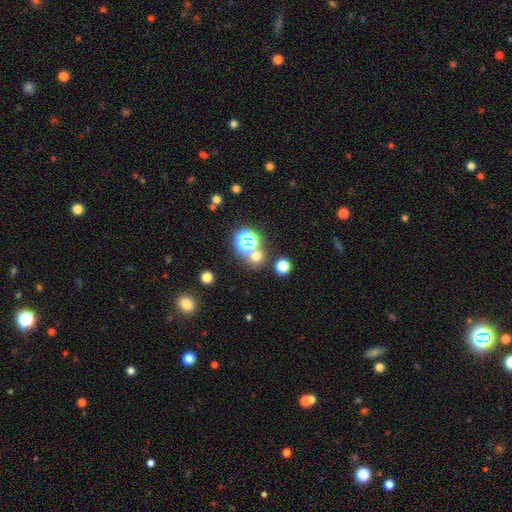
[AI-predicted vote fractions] Smooth or featured? Predicted: smooth (p=0.58). How rounded? Predicted: round (p=0.86). Merging? Predicted: none (p=0.69).